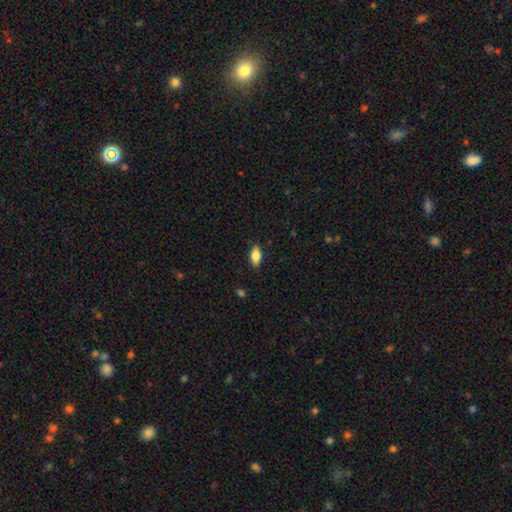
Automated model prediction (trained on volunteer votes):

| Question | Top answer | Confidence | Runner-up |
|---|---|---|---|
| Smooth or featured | smooth | 83% | featured or disk (10%) |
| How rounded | in between | 89% | cigar-shaped (8%) |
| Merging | none | 86% | minor disturbance (10%) |